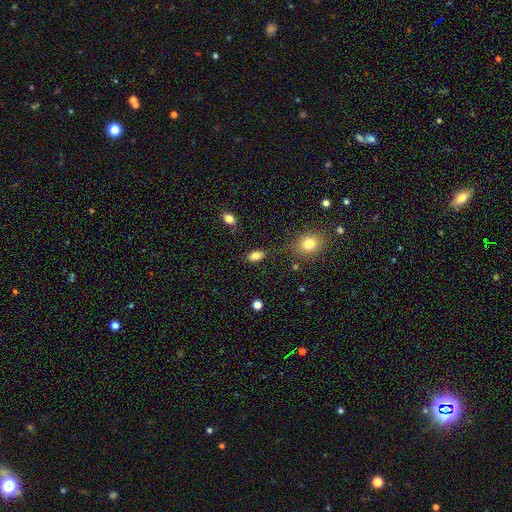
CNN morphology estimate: This is clearly a smooth galaxy (85%). How rounded: clearly in between (89%). Merging: clearly none (81%).